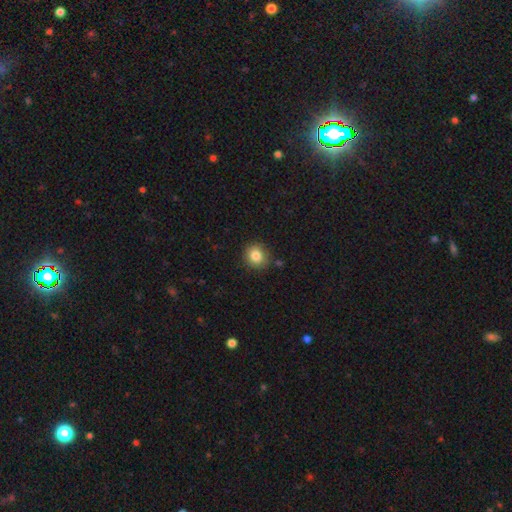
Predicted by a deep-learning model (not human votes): A smooth galaxy with no disk features (84%) that is round (84%). Merging: none (86%).